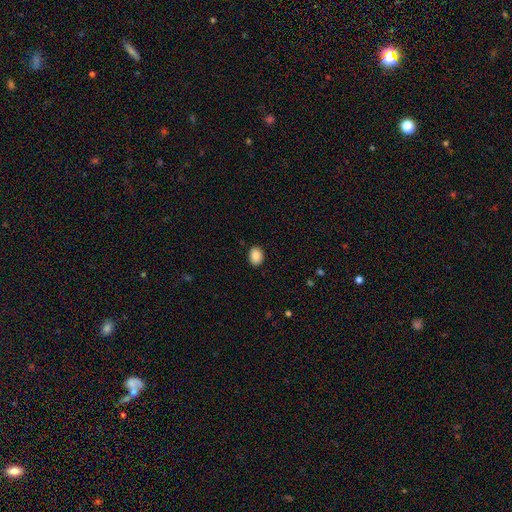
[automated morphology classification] A smooth galaxy with no disk features (89%) that is in between round and cigar-shaped (70%). Merging: none (88%).